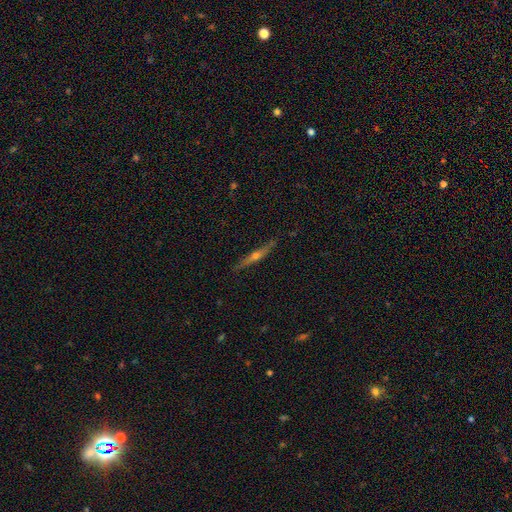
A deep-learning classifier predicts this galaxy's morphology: A featured or disk galaxy (74%) viewed edge-on (97%) with a rounded central bulge (90%).

Vote fractions:
- Smooth or featured? featured or disk: 74% / smooth: 19% / star or artifact: 7%
- Edge-on disk? yes: 97% / no: 3%
- Edge-on bulge? rounded: 90% / none: 7% / boxy: 3%
- Merging? none: 86% / minor disturbance: 11% / major disturbance: 2% / merger: 1%